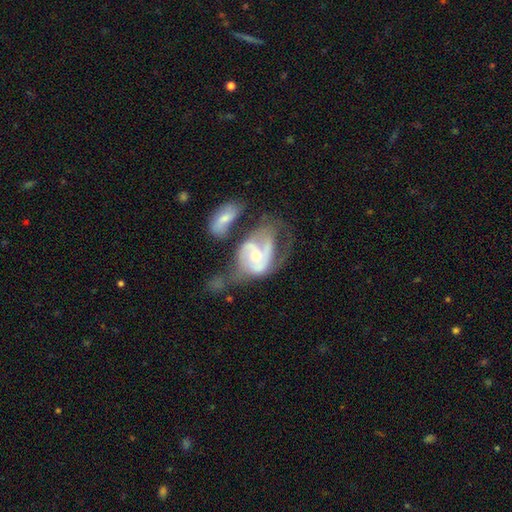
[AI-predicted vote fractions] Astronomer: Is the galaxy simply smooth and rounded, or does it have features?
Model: featured or disk — 78%.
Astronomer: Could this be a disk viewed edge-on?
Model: no — 96%.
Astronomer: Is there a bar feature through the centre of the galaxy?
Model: no — 57%.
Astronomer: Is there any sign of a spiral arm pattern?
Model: yes — 85%.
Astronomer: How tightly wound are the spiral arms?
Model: medium — 43% (runner-up: loose, 30%).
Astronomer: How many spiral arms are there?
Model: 2 — 58%.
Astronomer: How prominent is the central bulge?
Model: moderate — 50% (runner-up: small, 44%).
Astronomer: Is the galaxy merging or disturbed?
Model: merger — 37% (runner-up: major disturbance, 28%).